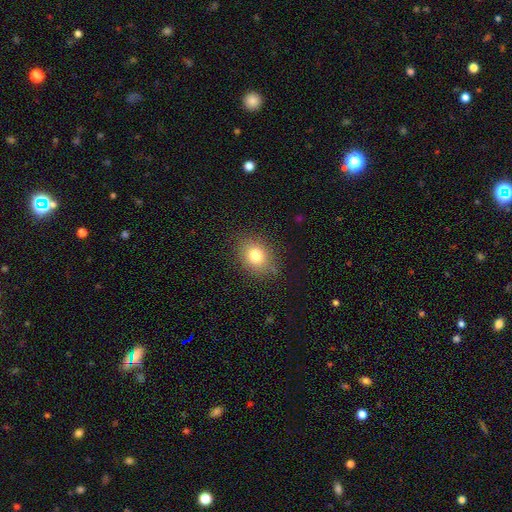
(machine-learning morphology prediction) smooth-or-featured: smooth: 79% | star or artifact: 11% | featured or disk: 10%
  how-rounded: in between: 51% | round: 48% | cigar-shaped: 1%
  merging: none: 82% | minor disturbance: 13% | major disturbance: 4% | merger: 1%